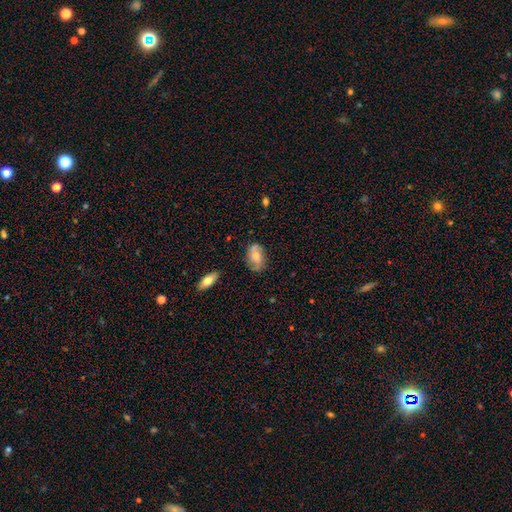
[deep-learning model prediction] Overall: smooth (50%; featured or disk 42%). How rounded: in between (82%). Merging: none (68%).